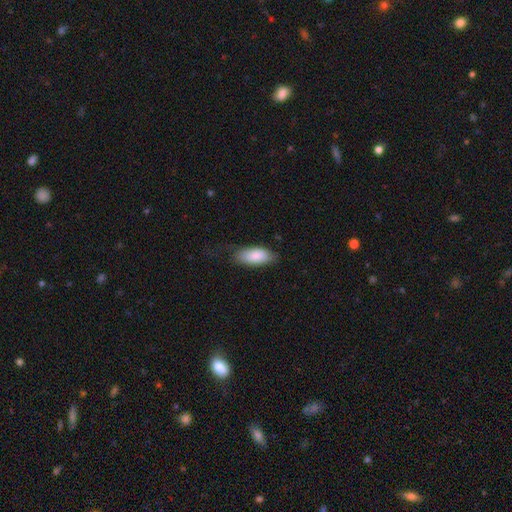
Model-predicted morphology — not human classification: This is clearly a smooth galaxy (85%). How rounded: clearly in between (88%). Merging: likely none (64%).